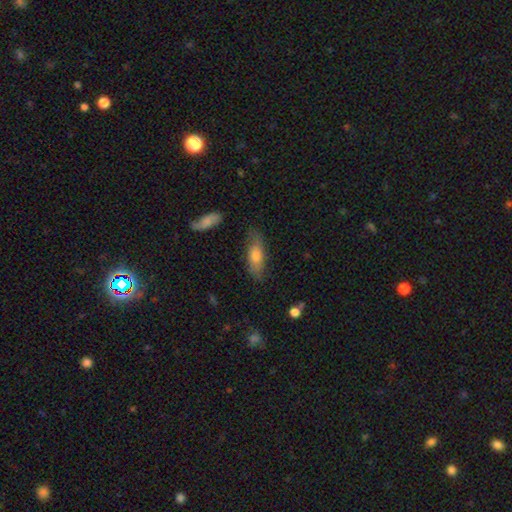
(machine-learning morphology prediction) Smooth or featured? Predicted: smooth (p=0.68). How rounded? Predicted: in between (p=0.61). Merging? Predicted: none (p=0.73).